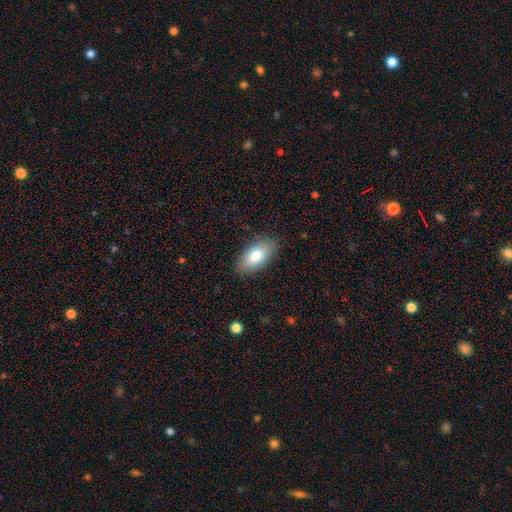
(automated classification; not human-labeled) Q: Smooth or featured?
A: smooth (81%); runner-up: featured or disk (13%)
Q: How rounded?
A: in between (91%); runner-up: cigar-shaped (6%)
Q: Merging?
A: none (85%); runner-up: minor disturbance (11%)